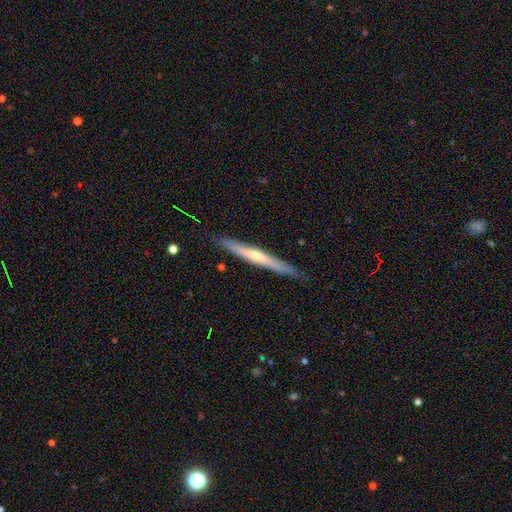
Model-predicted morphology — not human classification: This is possibly a featured or disk galaxy (55%). It is clearly viewed edge-on (95%). Edge-on bulge: possibly rounded (57%). Merging: clearly none (86%).